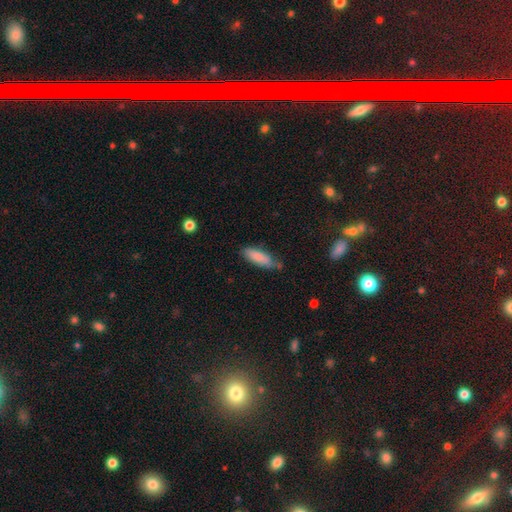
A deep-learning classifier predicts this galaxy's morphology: A smooth galaxy with no disk features (84%) that is in between round and cigar-shaped (53%).

Vote fractions:
- Smooth or featured? smooth: 84% / featured or disk: 10% / star or artifact: 6%
- How rounded? in between: 53% / cigar-shaped: 46% / round: 2%
- Merging? none: 66% / minor disturbance: 26% / major disturbance: 5% / merger: 3%